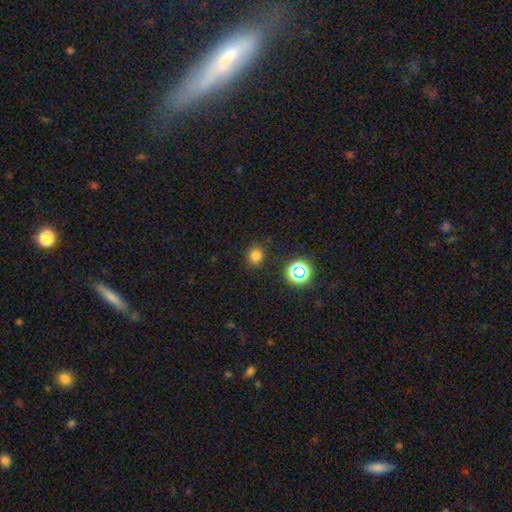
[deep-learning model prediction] Smooth or featured: smooth — 76% (star or artifact — 19%)
How rounded: round — 87% (in between — 12%)
Merging: none — 88% (minor disturbance — 8%)